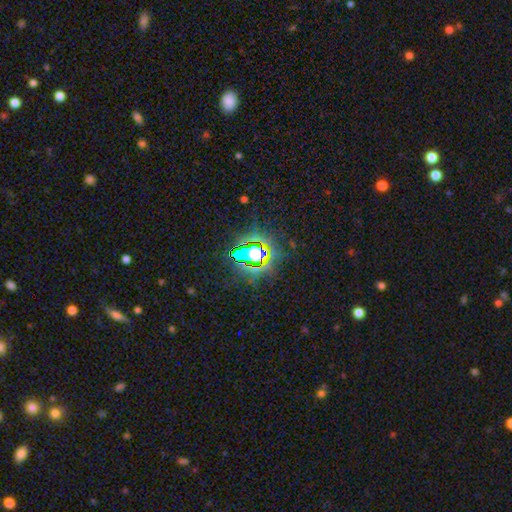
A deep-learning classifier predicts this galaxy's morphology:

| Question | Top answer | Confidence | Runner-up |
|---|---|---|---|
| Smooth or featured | star or artifact | 71% | smooth (17%) |